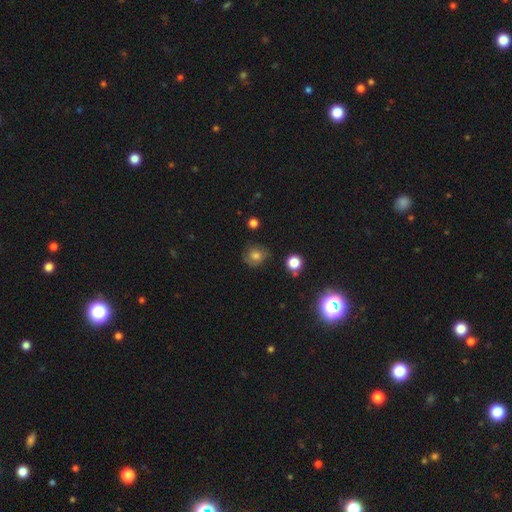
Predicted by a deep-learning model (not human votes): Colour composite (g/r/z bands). It shows a smooth galaxy with no disk features (73%) that is round (79%). Merging: none (73%).